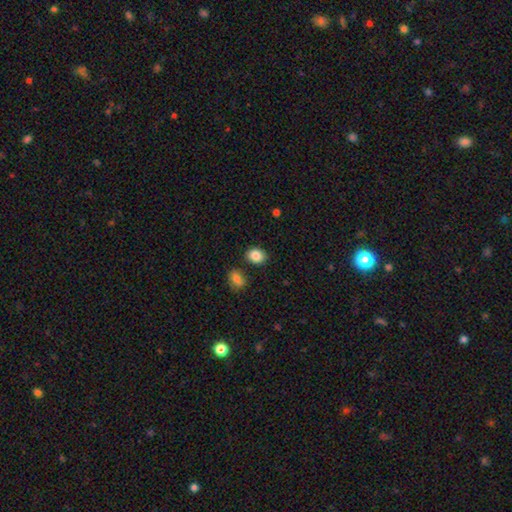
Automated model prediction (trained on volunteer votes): This appears to be a smooth galaxy with no disk features (86%) that is in between round and cigar-shaped (55%). Merging: none (81%).